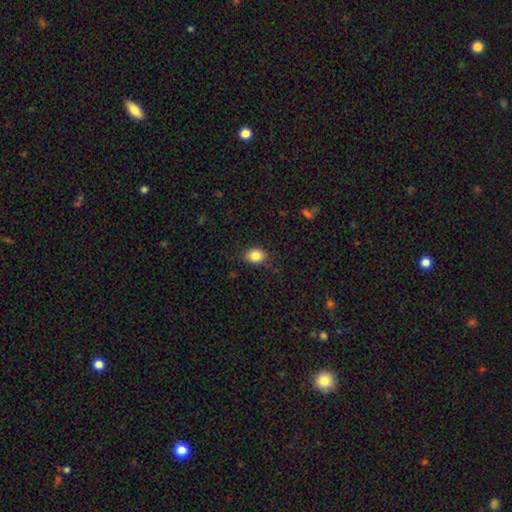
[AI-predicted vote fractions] Smooth or featured? smooth (85%)
How rounded? round (50%)
Merging? none (84%)